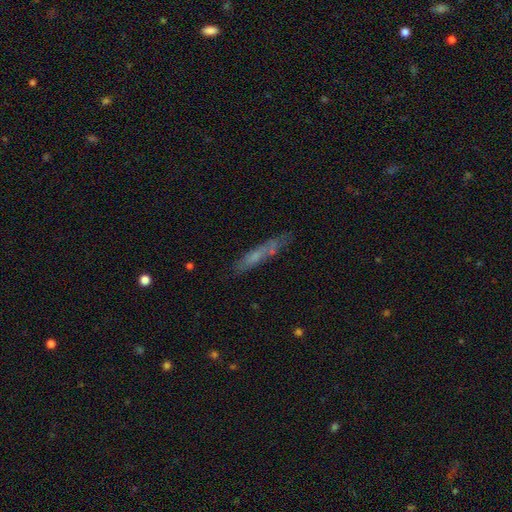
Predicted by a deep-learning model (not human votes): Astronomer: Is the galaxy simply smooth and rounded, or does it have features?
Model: smooth — 57% (runner-up: featured or disk, 33%).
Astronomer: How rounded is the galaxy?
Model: cigar-shaped — 88%.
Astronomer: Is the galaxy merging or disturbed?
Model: none — 68%.